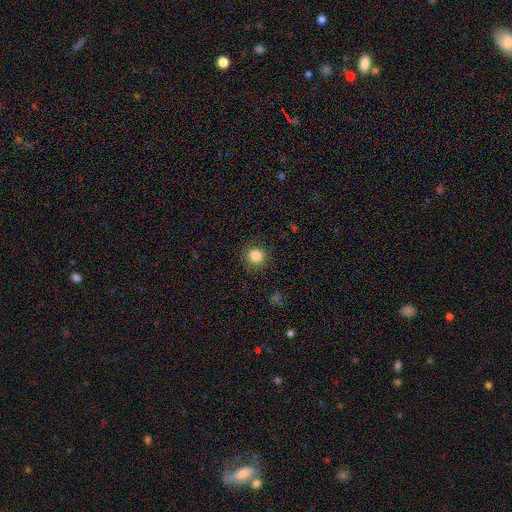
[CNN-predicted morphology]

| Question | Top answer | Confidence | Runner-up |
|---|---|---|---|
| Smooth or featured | smooth | 84% | star or artifact (11%) |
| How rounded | round | 91% | in between (8%) |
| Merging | none | 88% | minor disturbance (8%) |